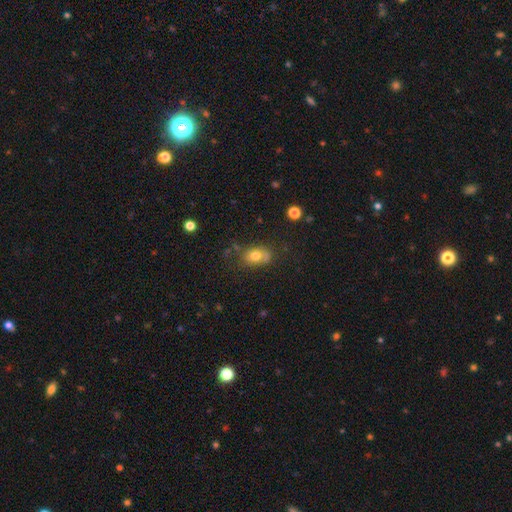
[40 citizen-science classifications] Smooth or featured? 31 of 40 (78%) said smooth. How rounded? 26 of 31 (84%) said in between. Merging? 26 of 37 (70%) said none.